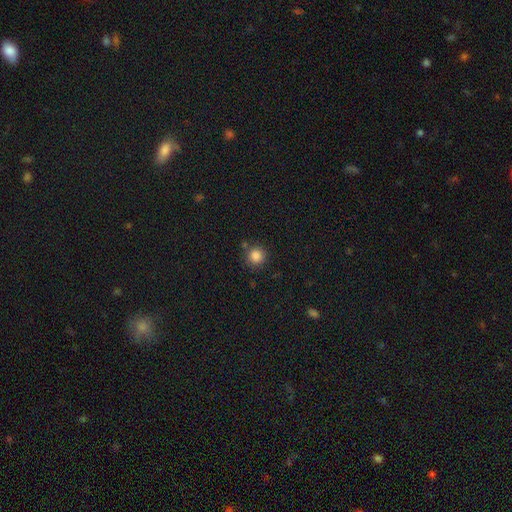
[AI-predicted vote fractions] This appears to be a smooth galaxy with no disk features (85%) that is round (93%). Merging: none (81%).